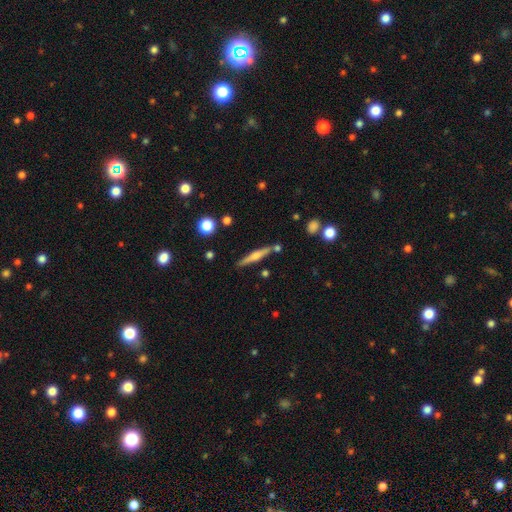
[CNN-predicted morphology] Smooth or featured: featured or disk — 60% (smooth — 34%)
Edge-on disk: yes — 97% (no — 3%)
Edge-on bulge: rounded — 77% (boxy — 12%)
Merging: none — 83% (minor disturbance — 10%)